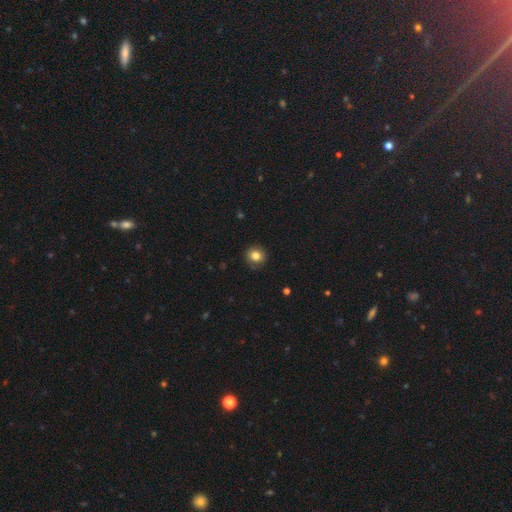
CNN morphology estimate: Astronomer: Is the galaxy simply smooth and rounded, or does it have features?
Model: smooth — 82%.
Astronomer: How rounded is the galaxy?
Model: round — 88%.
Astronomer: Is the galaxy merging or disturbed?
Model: none — 87%.